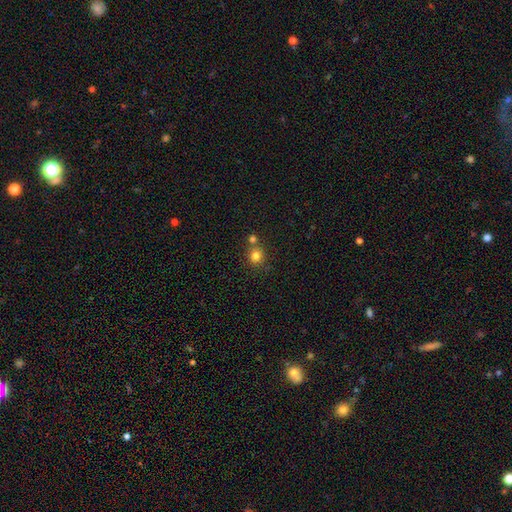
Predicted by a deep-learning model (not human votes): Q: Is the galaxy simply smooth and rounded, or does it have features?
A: smooth — 81%.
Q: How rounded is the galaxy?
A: round — 89%.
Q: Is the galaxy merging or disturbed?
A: none — 64%.